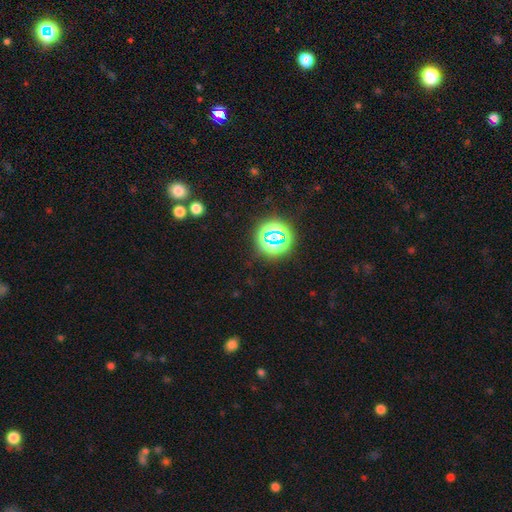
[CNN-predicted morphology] Smooth or featured?
  - star or artifact: 68% *
  - smooth: 26%
  - featured or disk: 6%